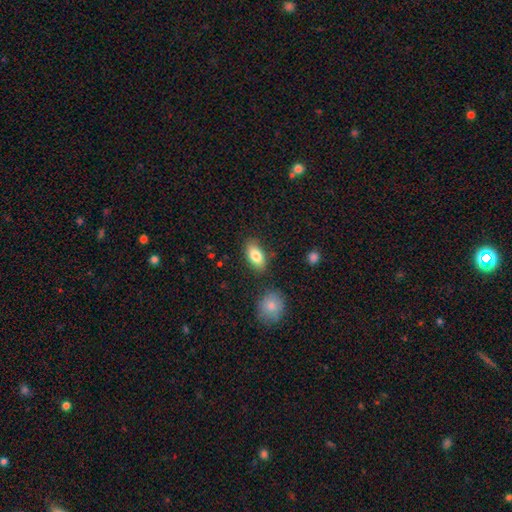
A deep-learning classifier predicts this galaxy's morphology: This is clearly a smooth galaxy (82%). How rounded: clearly in between (90%). Merging: clearly none (81%).